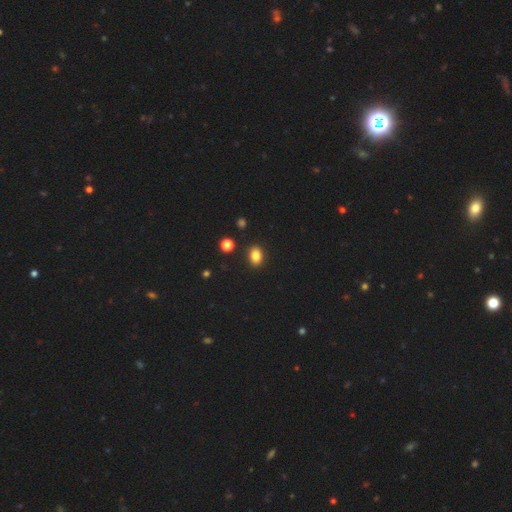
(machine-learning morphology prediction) Smooth or featured?
  - smooth: 84% *
  - star or artifact: 12%
  - featured or disk: 5%
How rounded?
  - in between: 67% *
  - round: 32%
  - cigar-shaped: 1%
Merging?
  - none: 87% *
  - minor disturbance: 8%
  - merger: 3%
  - major disturbance: 2%